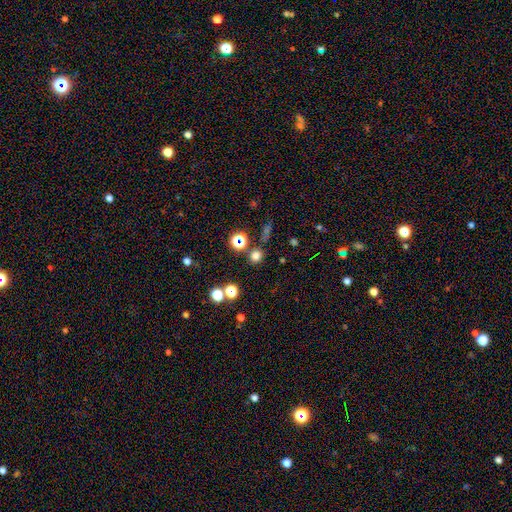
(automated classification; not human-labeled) This appears to be a smooth galaxy with no disk features (69%) that is round (86%). Merging: none (80%).